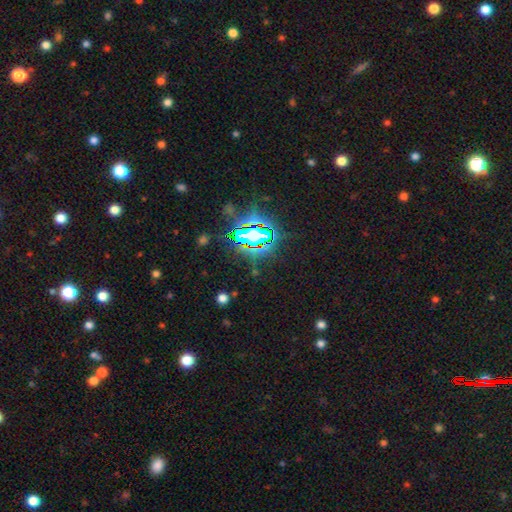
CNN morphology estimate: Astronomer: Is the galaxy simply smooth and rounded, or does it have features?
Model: star or artifact — 82%.